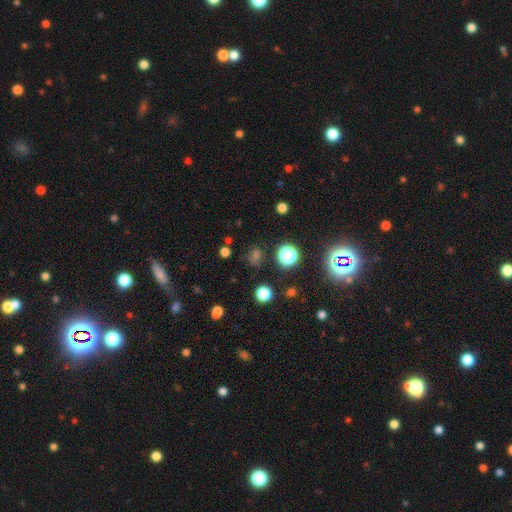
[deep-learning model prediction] Smooth or featured: star or artifact — 54% (smooth — 38%)